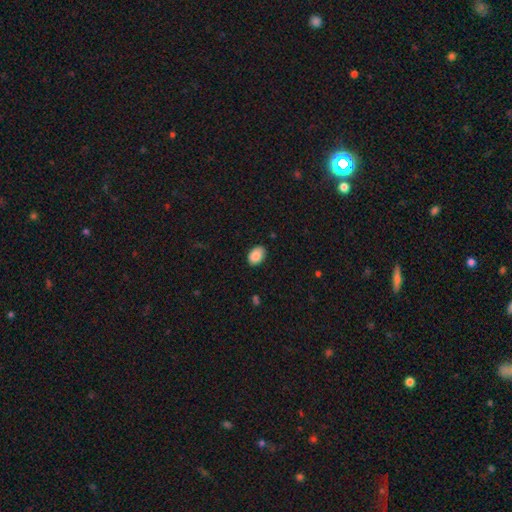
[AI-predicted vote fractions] The model was most divided on "merging": none: 85%, minor disturbance: 12%, major disturbance: 2%, merger: 1%. More confident: smooth or featured — smooth (88%); how rounded — in between (86%).